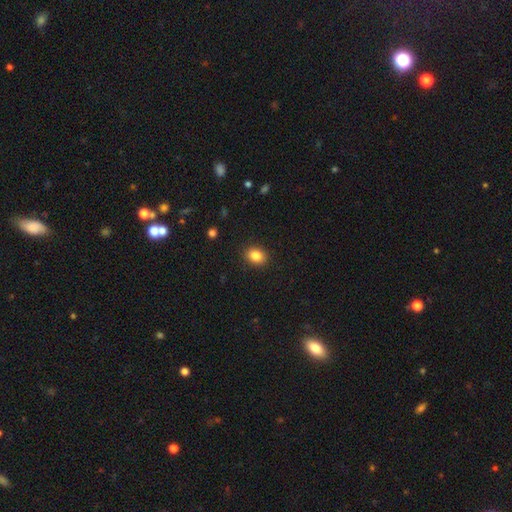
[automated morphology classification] A smooth galaxy with no disk features (85%) that is in between round and cigar-shaped (61%).

Vote fractions:
- Smooth or featured? smooth: 85% / star or artifact: 10% / featured or disk: 5%
- How rounded? in between: 61% / round: 38% / cigar-shaped: 1%
- Merging? none: 89% / minor disturbance: 8% / major disturbance: 2% / merger: 1%